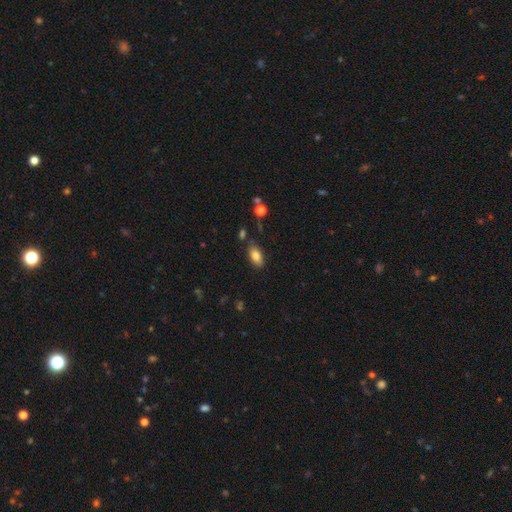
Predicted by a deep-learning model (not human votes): Overall: smooth (82%). How rounded: in between (91%). Merging: none (80%).